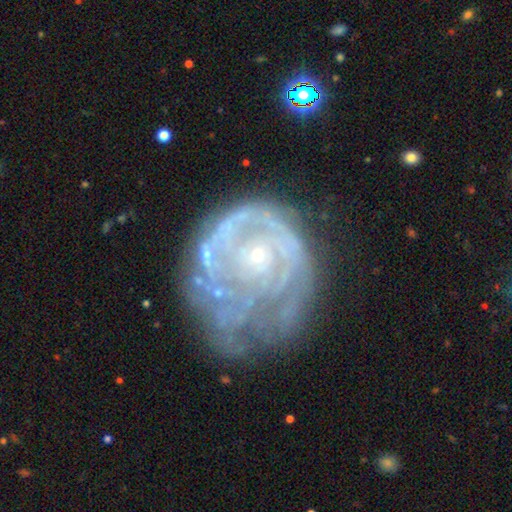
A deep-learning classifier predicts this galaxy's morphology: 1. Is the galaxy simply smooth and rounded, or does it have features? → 78% featured or disk, 14% smooth, 8% star or artifact.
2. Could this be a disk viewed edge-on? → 98% no, 2% yes.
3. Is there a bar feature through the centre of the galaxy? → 84% no, 13% weak, 4% strong.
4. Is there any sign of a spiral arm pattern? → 72% yes, 28% no.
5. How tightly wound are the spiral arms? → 68% tight, 22% medium, 10% loose.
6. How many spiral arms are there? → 47% can't tell, 18% 2, 12% 1, 11% 3, 6% 4, 5% more than 4.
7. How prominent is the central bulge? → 82% small, 10% moderate, 6% none, 1% large, 1% dominant.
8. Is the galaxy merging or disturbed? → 39% none, 30% major disturbance, 26% minor disturbance, 5% merger.